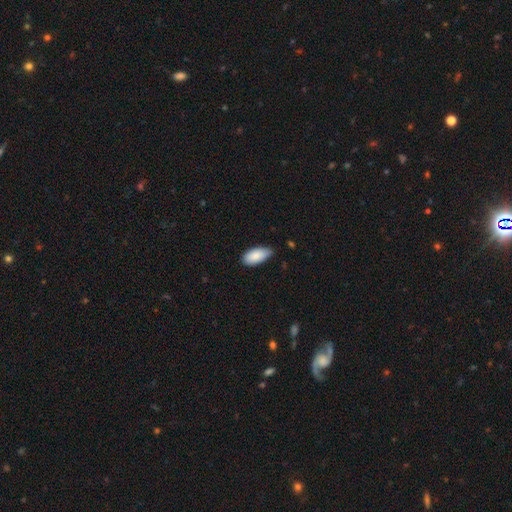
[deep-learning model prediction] This appears to be a smooth galaxy with no disk features (87%) that is in between round and cigar-shaped (93%). Merging: none (67%).